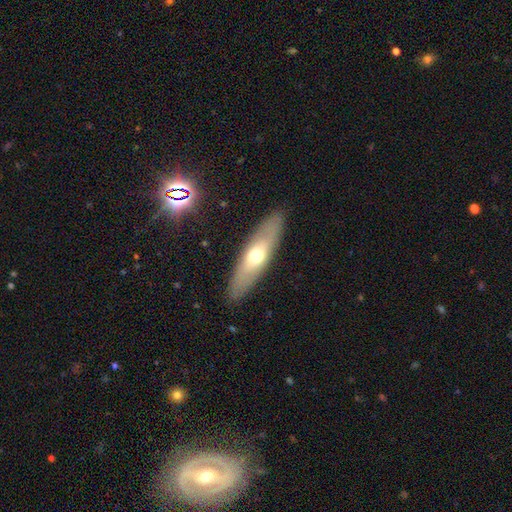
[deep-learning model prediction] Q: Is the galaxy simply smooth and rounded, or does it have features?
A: smooth — 53%.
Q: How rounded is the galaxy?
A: cigar-shaped — 59%.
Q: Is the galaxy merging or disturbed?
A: none — 88%.